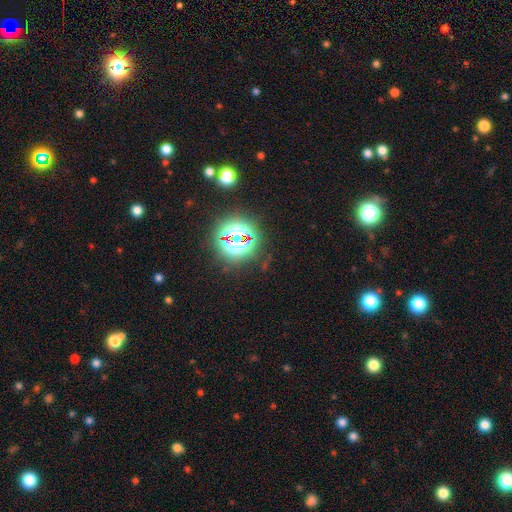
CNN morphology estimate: smooth-or-featured: star or artifact: 77% | smooth: 17% | featured or disk: 6%